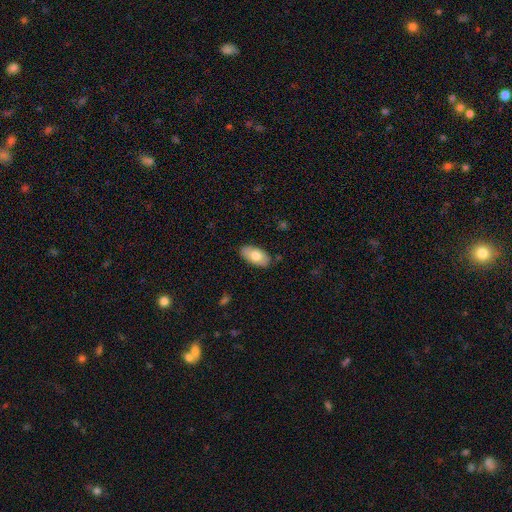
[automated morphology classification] This is likely a smooth galaxy (74%). How rounded: clearly in between (95%). Merging: clearly none (84%).